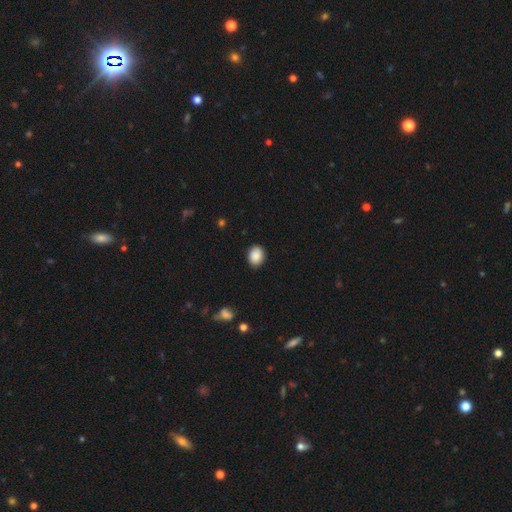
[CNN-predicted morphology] smooth_or_featured: smooth (p=0.89) [alt: star or artifact p=0.08]
how_rounded: in between (p=0.53) [alt: round p=0.46]
merging: none (p=0.87) [alt: minor disturbance p=0.10]